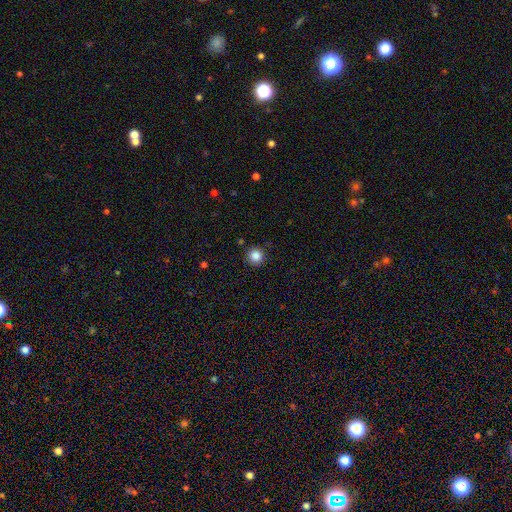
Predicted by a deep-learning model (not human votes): smooth_or_featured: smooth (p=0.86) [alt: star or artifact p=0.11]
how_rounded: round (p=0.95) [alt: in between p=0.04]
merging: none (p=0.90) [alt: minor disturbance p=0.07]